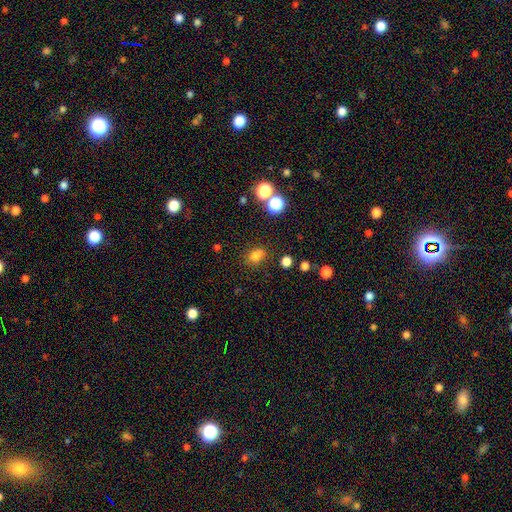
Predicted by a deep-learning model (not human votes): smooth 76%, star or artifact 17%, featured or disk 7%. Down the decision tree: how rounded — in between (51%); merging — none (73%).